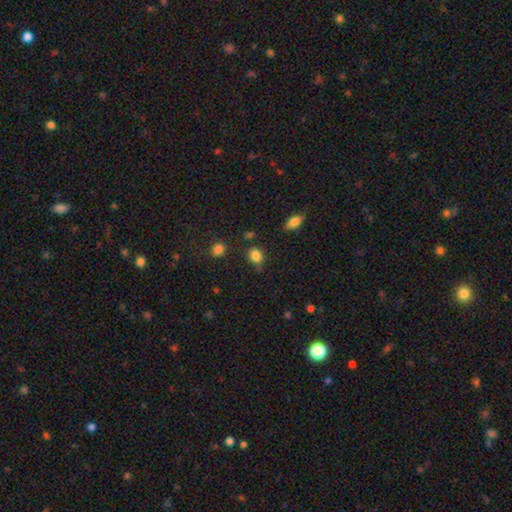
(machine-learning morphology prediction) This appears to be a smooth galaxy with no disk features (84%) that is in between round and cigar-shaped (53%). Merging: none (69%).